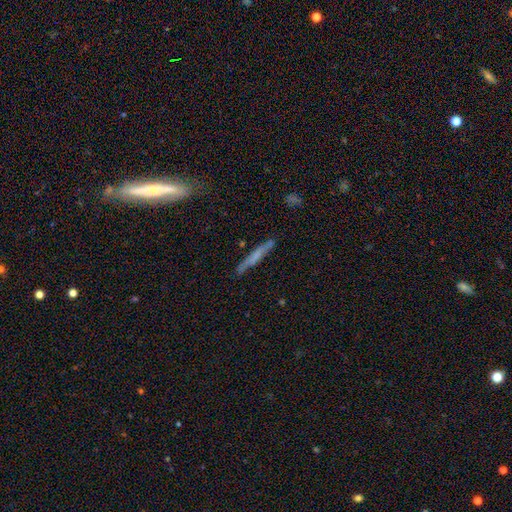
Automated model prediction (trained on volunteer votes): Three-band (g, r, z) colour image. It shows a smooth galaxy with no disk features (52%) that is cigar-shaped (95%). Merging: none (83%).